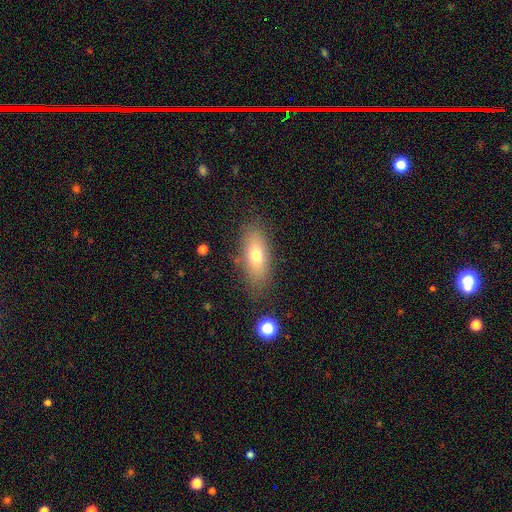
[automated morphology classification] smooth_or_featured: smooth (p=0.70) [alt: featured or disk p=0.21]
how_rounded: in between (p=0.77) [alt: cigar-shaped p=0.18]
merging: none (p=0.80) [alt: minor disturbance p=0.13]